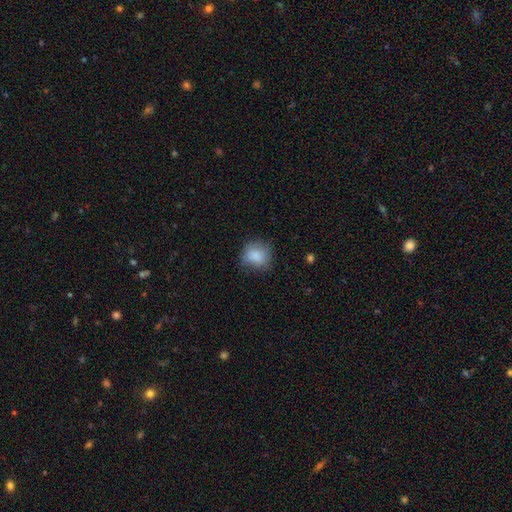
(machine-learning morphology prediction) smooth-or-featured: smooth: 86% | star or artifact: 8% | featured or disk: 6%
  how-rounded: round: 76% | in between: 23% | cigar-shaped: 1%
  merging: none: 72% | minor disturbance: 21% | major disturbance: 5% | merger: 1%